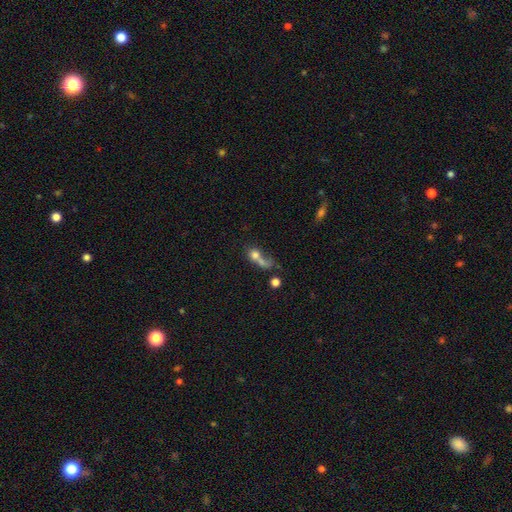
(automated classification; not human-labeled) A smooth galaxy with no disk features (65%) that is round (59%). Merging: merger (49%).